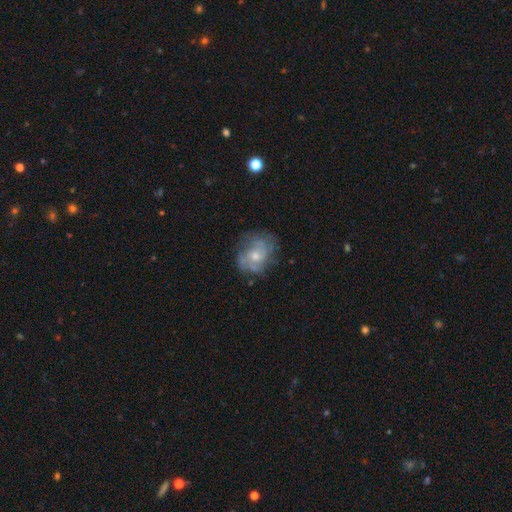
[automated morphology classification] Overall: featured or disk (66%; smooth 26%). Edge-on disk: no (97%). Bar: no (78%). Spiral arms: yes (73%). Bulge size: small (51%; moderate 43%). Merging: none (61%; minor disturbance 23%).